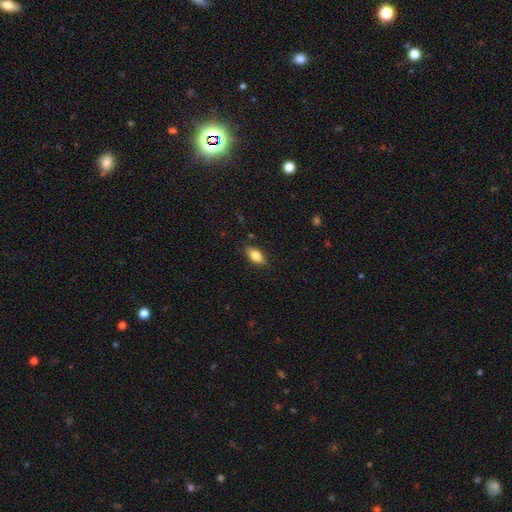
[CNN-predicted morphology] type=smooth (81%); roundness=in between (88%); merging=none (85%).